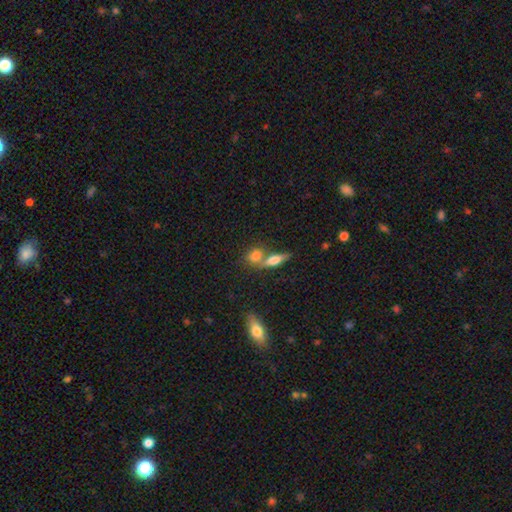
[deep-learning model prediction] Morphology: type=smooth (76%); roundness=in between (63%); merging=merger (43%, tied with none).